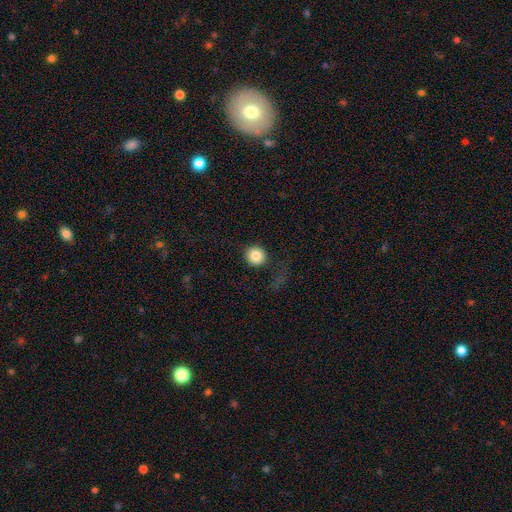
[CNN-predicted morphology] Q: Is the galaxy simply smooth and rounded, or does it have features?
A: smooth — 84%.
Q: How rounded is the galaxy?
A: round — 93%.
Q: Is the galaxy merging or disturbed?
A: none — 80%.